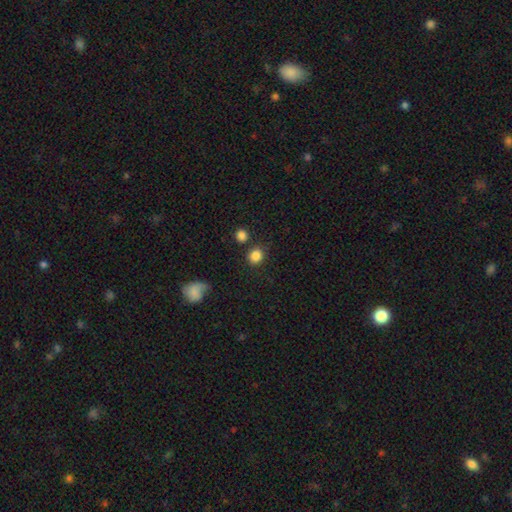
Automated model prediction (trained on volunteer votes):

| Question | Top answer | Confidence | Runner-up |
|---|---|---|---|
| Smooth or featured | smooth | 85% | star or artifact (10%) |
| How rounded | round | 84% | in between (15%) |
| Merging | none | 79% | minor disturbance (9%) |